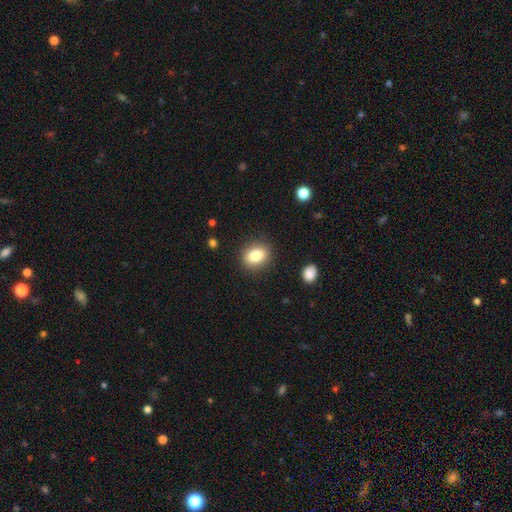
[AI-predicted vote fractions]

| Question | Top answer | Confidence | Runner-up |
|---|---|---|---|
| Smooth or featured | smooth | 82% | star or artifact (9%) |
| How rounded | in between | 52% | round (46%) |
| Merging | none | 87% | minor disturbance (9%) |